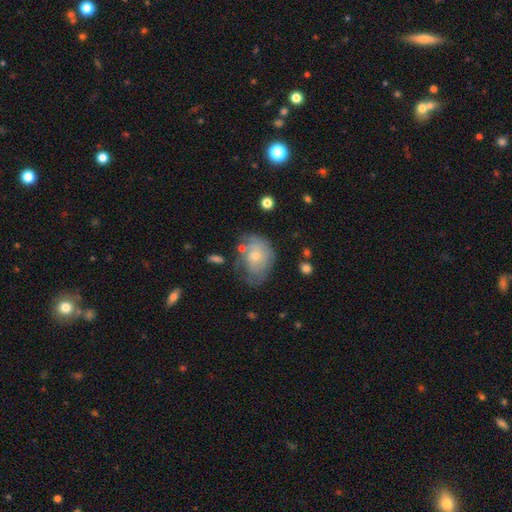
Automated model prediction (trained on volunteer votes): A smooth galaxy with no disk features (49%).

Vote fractions:
- Smooth or featured? smooth: 49% / featured or disk: 43% / star or artifact: 8%
- Merging? none: 42% / minor disturbance: 33% / major disturbance: 19% / merger: 6%